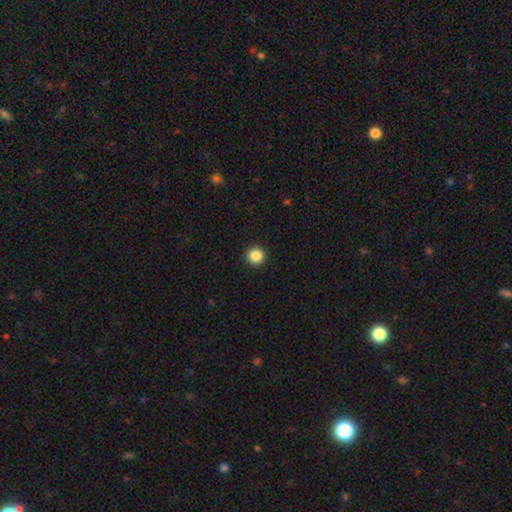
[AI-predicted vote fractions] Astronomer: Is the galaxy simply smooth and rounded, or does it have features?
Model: smooth — 87%.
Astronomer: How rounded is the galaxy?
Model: round — 94%.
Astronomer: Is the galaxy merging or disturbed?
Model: none — 93%.